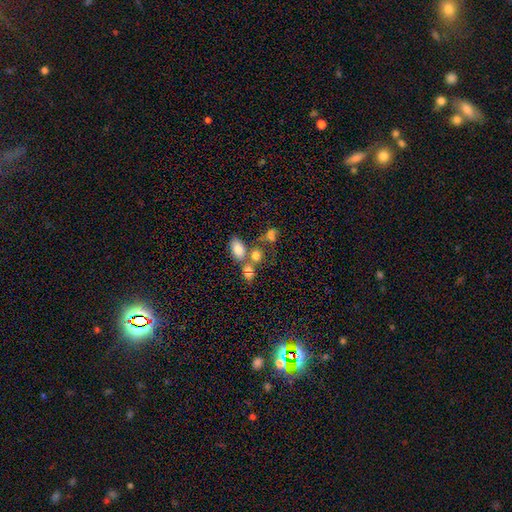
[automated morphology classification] smooth-or-featured: smooth: 73% | featured or disk: 14% | star or artifact: 13%
  how-rounded: in between: 64% | round: 33% | cigar-shaped: 3%
  merging: merger: 49% | none: 35% | minor disturbance: 9% | major disturbance: 7%